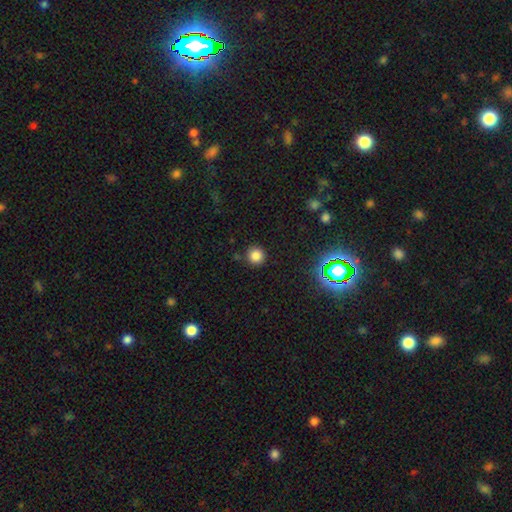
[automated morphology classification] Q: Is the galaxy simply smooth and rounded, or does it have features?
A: smooth — 81%.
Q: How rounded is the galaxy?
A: round — 95%.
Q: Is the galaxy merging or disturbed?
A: none — 87%.